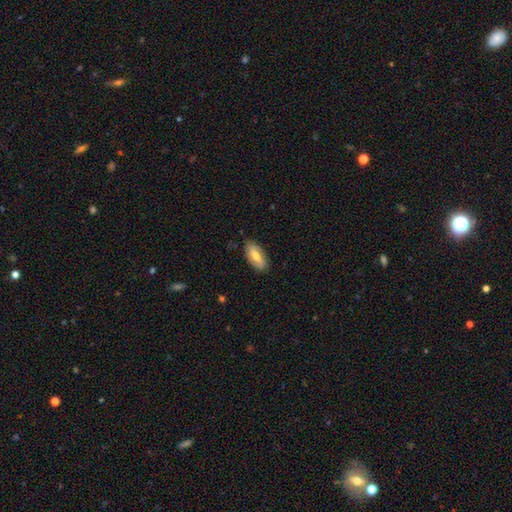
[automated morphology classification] The model was most divided on "smooth or featured": smooth: 51%, featured or disk: 43%, star or artifact: 6%. More confident: how rounded — in between (85%); merging — none (83%).